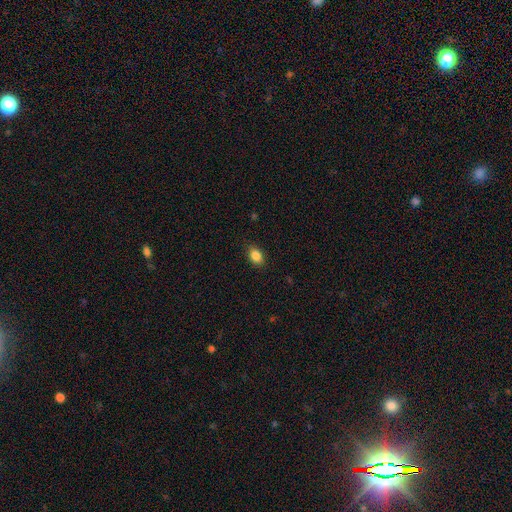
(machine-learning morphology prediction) Smooth or featured?
  - smooth: 86% *
  - star or artifact: 9%
  - featured or disk: 5%
How rounded?
  - in between: 83% *
  - round: 15%
  - cigar-shaped: 2%
Merging?
  - none: 86% *
  - minor disturbance: 11%
  - major disturbance: 2%
  - merger: 1%